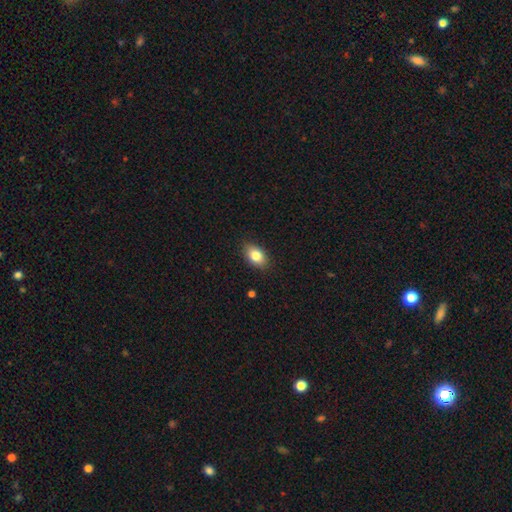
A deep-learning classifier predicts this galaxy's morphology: A smooth galaxy with no disk features (83%) that is in between round and cigar-shaped (87%). Merging: none (87%).